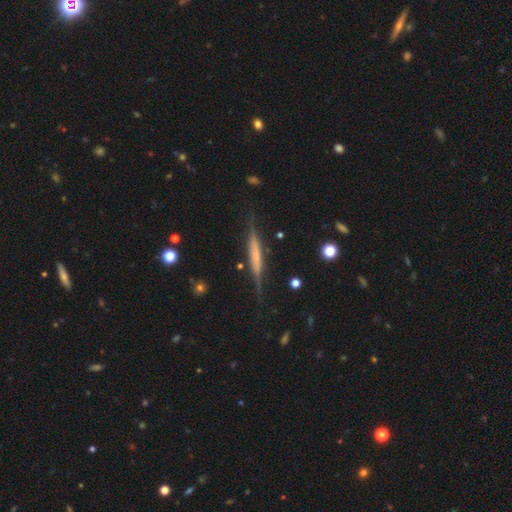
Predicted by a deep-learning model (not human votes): Smooth or featured: featured or disk — 59% (smooth — 35%)
Edge-on disk: yes — 95% (no — 5%)
Edge-on bulge: none — 63% (rounded — 22%)
Merging: none — 77% (minor disturbance — 16%)